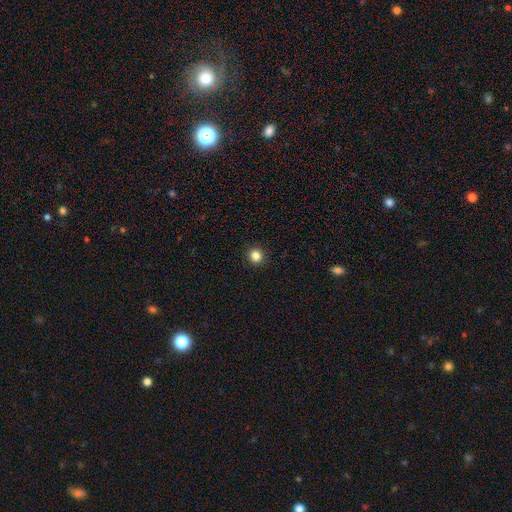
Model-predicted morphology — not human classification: A smooth galaxy with no disk features (84%) that is round (93%).

Vote fractions:
- Smooth or featured? smooth: 84% / star or artifact: 11% / featured or disk: 4%
- How rounded? round: 93% / in between: 6% / cigar-shaped: 1%
- Merging? none: 93% / minor disturbance: 4% / major disturbance: 2% / merger: 1%